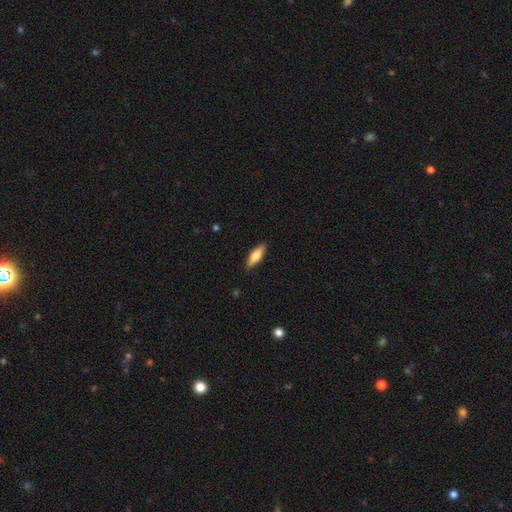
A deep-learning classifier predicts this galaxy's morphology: A smooth galaxy with no disk features (66%) that is in between round and cigar-shaped (55%).

Vote fractions:
- Smooth or featured? smooth: 66% / featured or disk: 28% / star or artifact: 6%
- How rounded? in between: 55% / cigar-shaped: 42% / round: 2%
- Merging? none: 87% / minor disturbance: 10% / major disturbance: 2% / merger: 1%